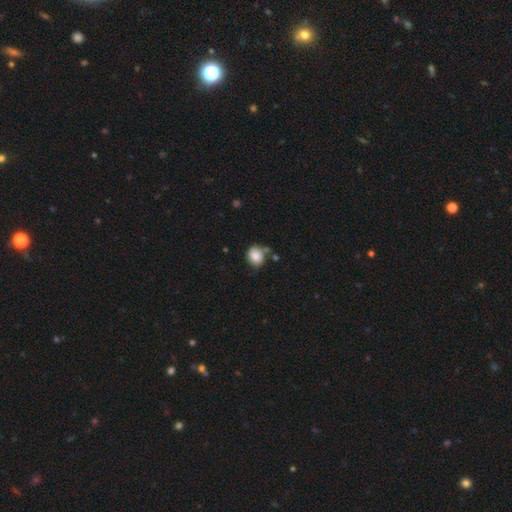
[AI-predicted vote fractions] Smooth or featured? smooth (85%)
How rounded? round (58%)
Merging? none (58%)